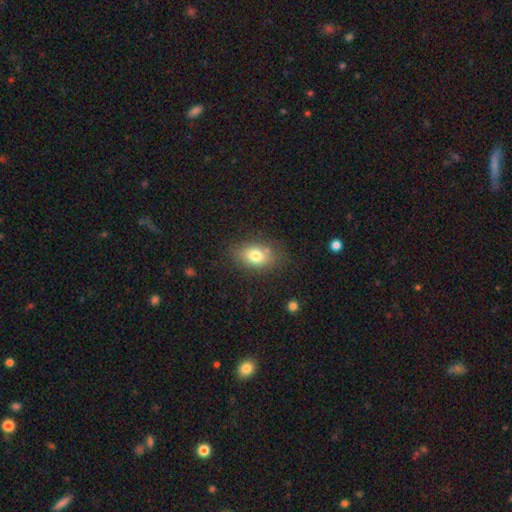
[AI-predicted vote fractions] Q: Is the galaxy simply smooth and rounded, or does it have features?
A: smooth — 76%.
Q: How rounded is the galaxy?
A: in between — 79%.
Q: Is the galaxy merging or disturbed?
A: none — 75%.